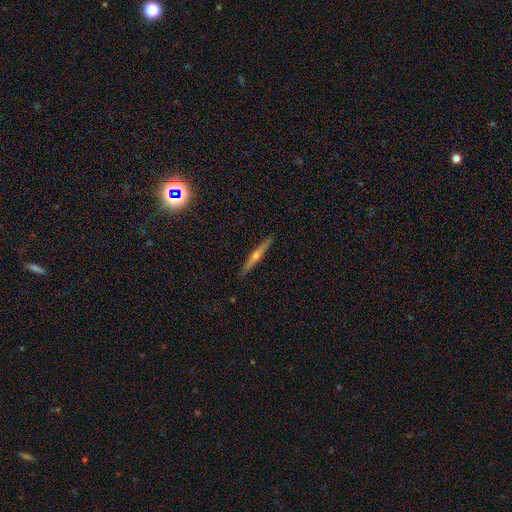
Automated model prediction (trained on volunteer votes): Q: Smooth or featured?
A: featured or disk (70%); runner-up: smooth (20%)
Q: Edge-on disk?
A: yes (98%); runner-up: no (2%)
Q: Edge-on bulge?
A: rounded (87%); runner-up: none (9%)
Q: Merging?
A: none (91%); runner-up: minor disturbance (6%)